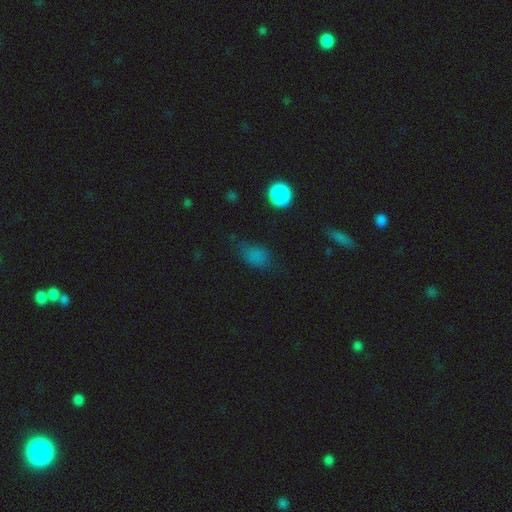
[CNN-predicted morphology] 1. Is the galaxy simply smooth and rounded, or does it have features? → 75% smooth, 18% star or artifact, 7% featured or disk.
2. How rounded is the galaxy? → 78% in between, 18% round, 4% cigar-shaped.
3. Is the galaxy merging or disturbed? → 57% none, 28% minor disturbance, 13% major disturbance, 3% merger.